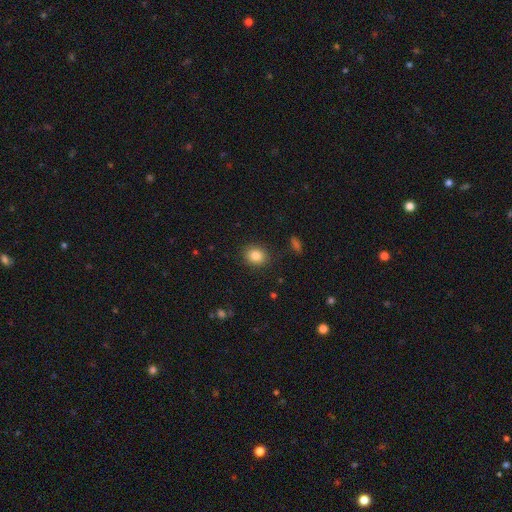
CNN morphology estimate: Smooth or featured?
  - smooth: 85% *
  - star or artifact: 10%
  - featured or disk: 6%
How rounded?
  - round: 65% *
  - in between: 34%
  - cigar-shaped: 1%
Merging?
  - none: 89% *
  - minor disturbance: 8%
  - major disturbance: 3%
  - merger: 1%